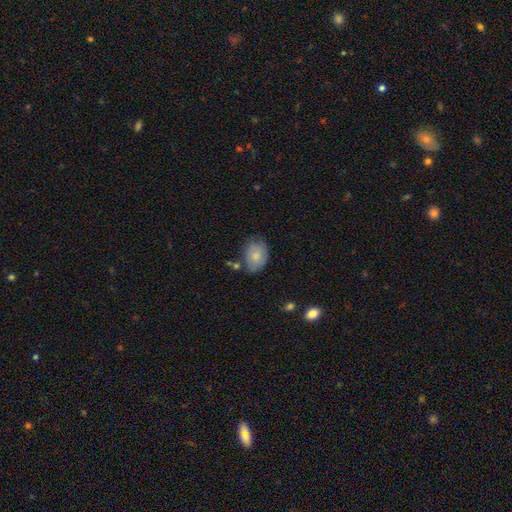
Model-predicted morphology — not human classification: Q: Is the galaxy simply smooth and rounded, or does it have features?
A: smooth — 76%.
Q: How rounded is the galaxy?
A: in between — 76%.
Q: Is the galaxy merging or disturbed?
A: none — 64%.